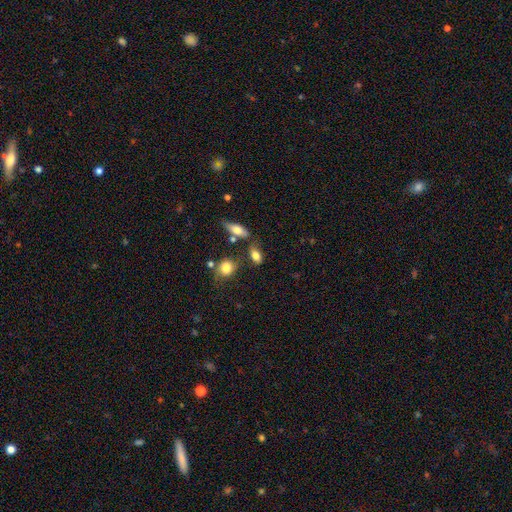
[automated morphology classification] Smooth or featured? Predicted: smooth (p=0.78). How rounded? Predicted: in between (p=0.80). Merging? Predicted: none (p=0.61).